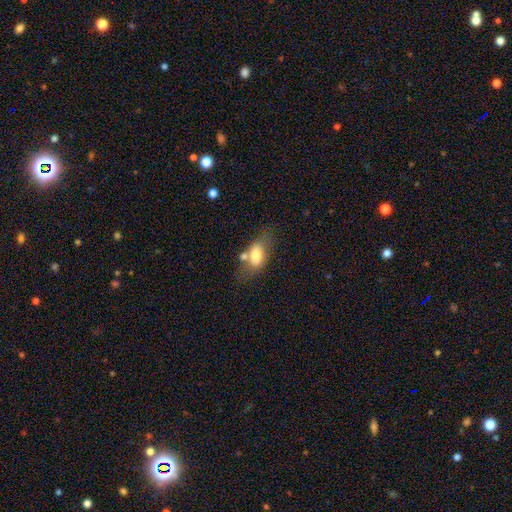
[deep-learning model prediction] Overall: smooth (68%). How rounded: in between (85%). Merging: none (51%; merger 22%).